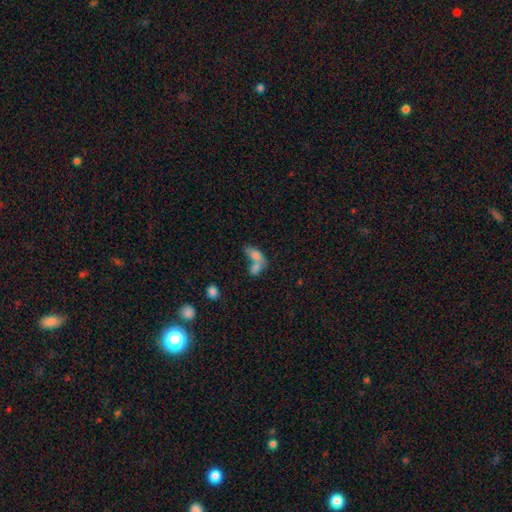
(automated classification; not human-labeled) smooth 72%, featured or disk 18%, star or artifact 10%. Down the decision tree: how rounded — in between (83%); merging — merger (64%).